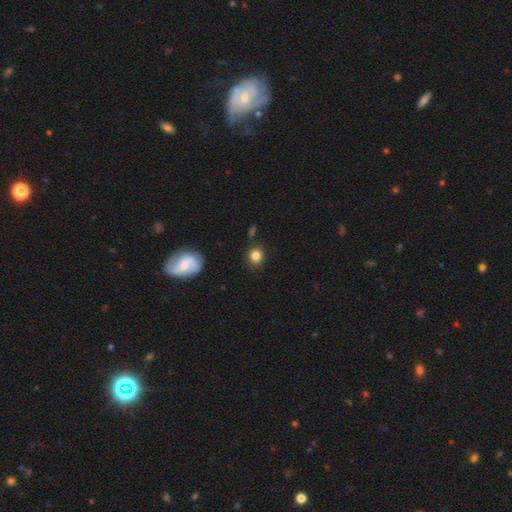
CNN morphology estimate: Q: Smooth or featured?
A: smooth (83%); runner-up: star or artifact (10%)
Q: How rounded?
A: round (84%); runner-up: in between (15%)
Q: Merging?
A: none (83%); runner-up: minor disturbance (11%)